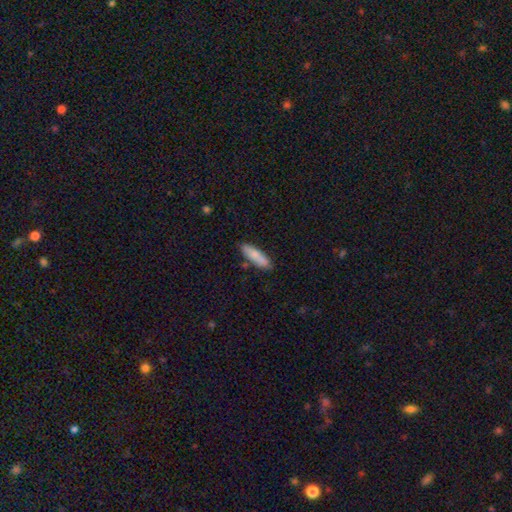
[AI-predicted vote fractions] Smooth or featured? smooth (78%)
How rounded? cigar-shaped (54%)
Merging? none (80%)